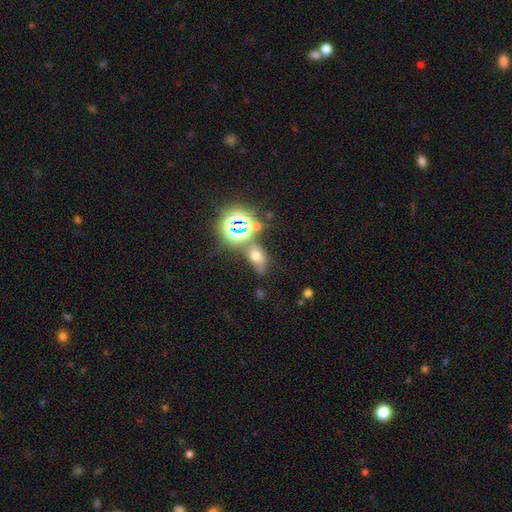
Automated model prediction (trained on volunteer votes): Morphology: type=smooth (49%); merging=none (54%).